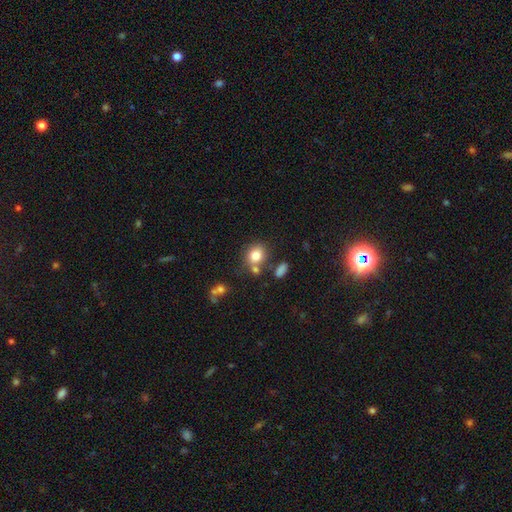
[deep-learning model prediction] smooth_or_featured: smooth (p=0.80) [alt: star or artifact p=0.11]
how_rounded: round (p=0.68) [alt: in between p=0.31]
merging: none (p=0.65) [alt: merger p=0.17]